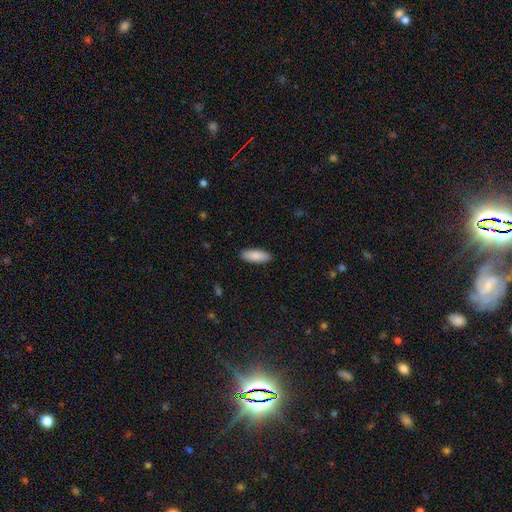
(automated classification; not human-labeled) smooth_or_featured: smooth (p=0.89) [alt: star or artifact p=0.06]
how_rounded: in between (p=0.74) [alt: cigar-shaped p=0.25]
merging: none (p=0.90) [alt: minor disturbance p=0.07]